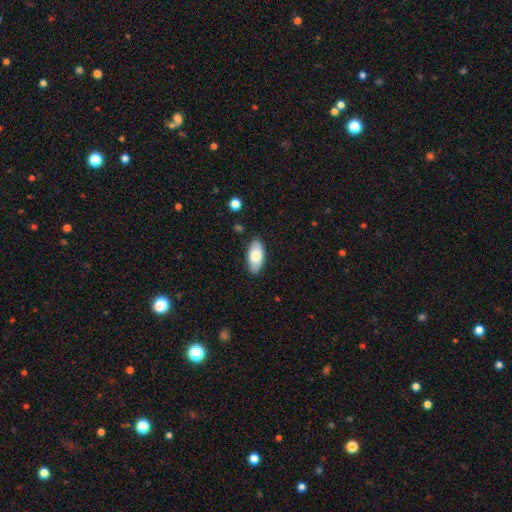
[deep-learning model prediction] smooth 81%, featured or disk 13%, star or artifact 6%. Down the decision tree: how rounded — in between (92%); merging — none (85%).